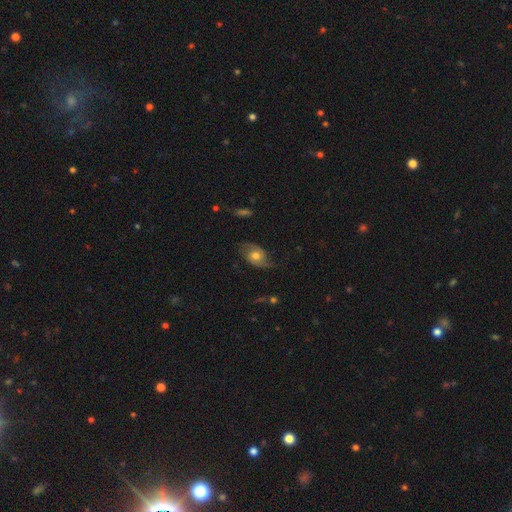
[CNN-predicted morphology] Smooth or featured? Predicted: featured or disk (p=0.64). Edge-on disk? Predicted: no (p=0.94). Bar? Predicted: no (p=0.74). Spiral arms? Predicted: yes (p=0.86). Spiral winding? Predicted: loose (p=0.46). Spiral arm count? Predicted: 2 (p=0.85). Bulge size? Predicted: moderate (p=0.69). Merging? Predicted: none (p=0.62).